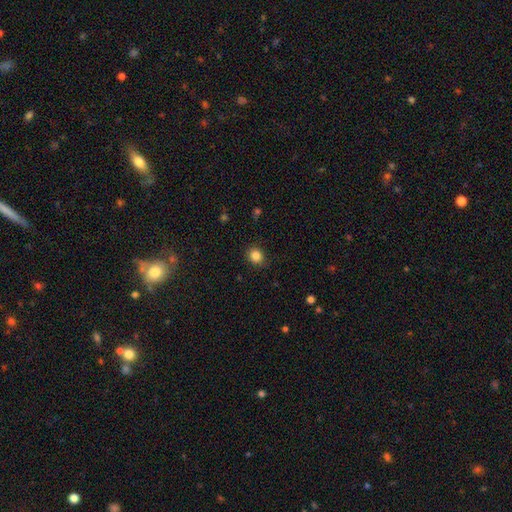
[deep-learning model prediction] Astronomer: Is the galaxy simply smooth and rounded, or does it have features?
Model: smooth — 85%.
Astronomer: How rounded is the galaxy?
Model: round — 77%.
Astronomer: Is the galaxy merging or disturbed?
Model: none — 86%.